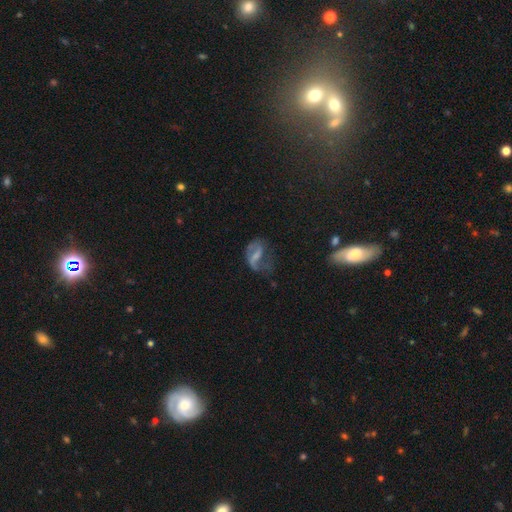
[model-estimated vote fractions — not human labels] Smooth or featured?
  - featured or disk: 64% *
  - smooth: 26%
  - star or artifact: 10%
Edge-on disk?
  - no: 96% *
  - yes: 4%
Bar?
  - weak: 43% *
  - strong: 32%
  - no: 24%
Spiral arms?
  - yes: 74% *
  - no: 26%
Bulge size?
  - none: 42% *
  - small: 32%
  - moderate: 21%
  - large: 4%
  - dominant: 1%
Merging?
  - major disturbance: 38% *
  - none: 36%
  - minor disturbance: 23%
  - merger: 3%